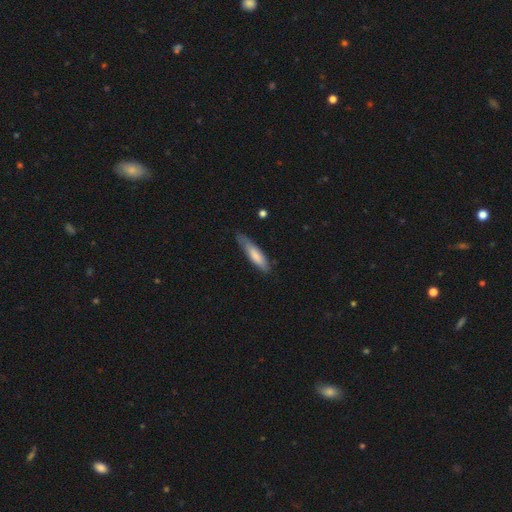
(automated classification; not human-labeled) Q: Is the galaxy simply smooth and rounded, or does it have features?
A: smooth — 73%.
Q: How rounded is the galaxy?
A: cigar-shaped — 71%.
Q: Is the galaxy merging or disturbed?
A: none — 64%.